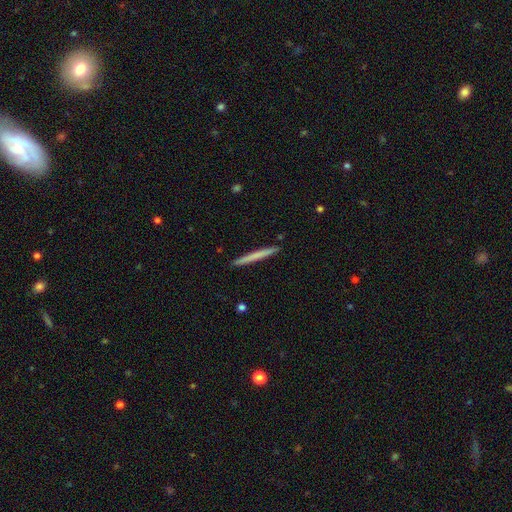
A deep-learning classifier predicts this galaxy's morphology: A smooth galaxy with no disk features (63%) that is cigar-shaped (97%).

Vote fractions:
- Smooth or featured? smooth: 63% / featured or disk: 32% / star or artifact: 5%
- How rounded? cigar-shaped: 97% / in between: 1% / round: 1%
- Merging? none: 93% / minor disturbance: 5% / major disturbance: 1% / merger: 1%